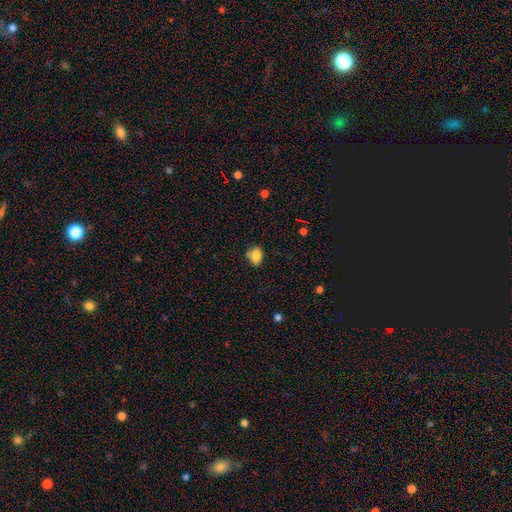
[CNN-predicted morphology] smooth_or_featured: smooth (p=0.82) [alt: star or artifact p=0.10]
how_rounded: in between (p=0.58) [alt: round p=0.40]
merging: none (p=0.64) [alt: minor disturbance p=0.23]